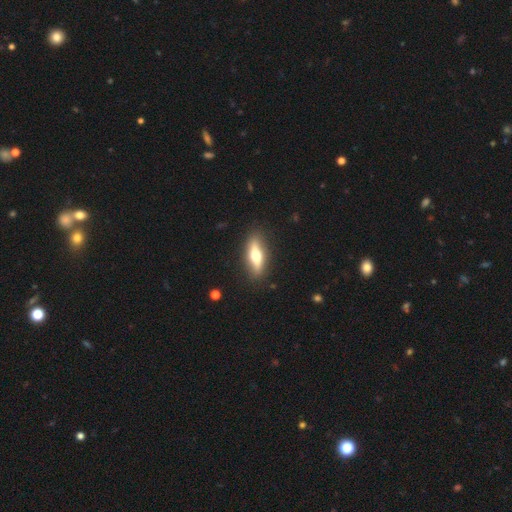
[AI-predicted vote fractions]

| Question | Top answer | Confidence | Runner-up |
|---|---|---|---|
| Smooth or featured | featured or disk | 48% | smooth (47%) |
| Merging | none | 86% | minor disturbance (10%) |